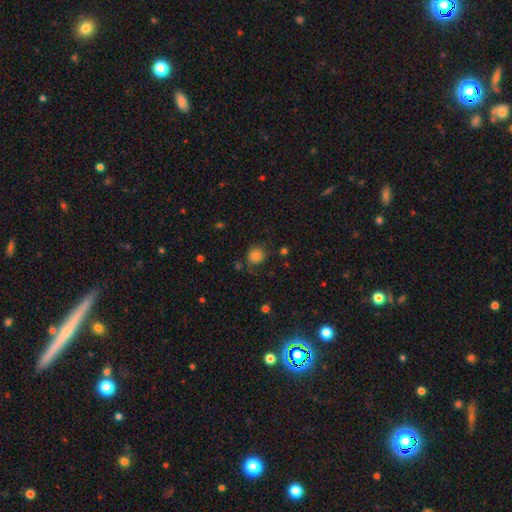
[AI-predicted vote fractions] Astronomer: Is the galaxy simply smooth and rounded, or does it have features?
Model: smooth — 79%.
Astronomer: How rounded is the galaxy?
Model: round — 88%.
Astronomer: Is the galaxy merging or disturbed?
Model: none — 69%.